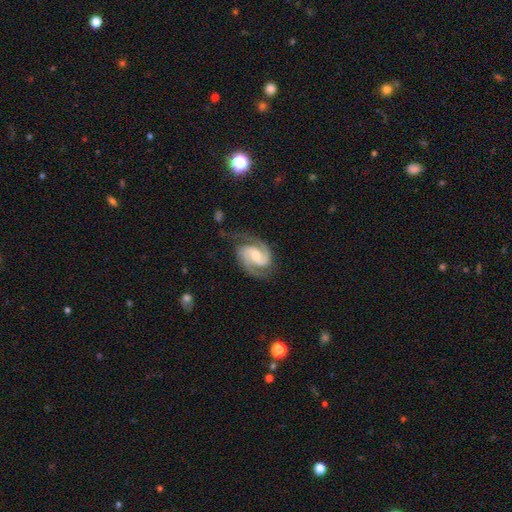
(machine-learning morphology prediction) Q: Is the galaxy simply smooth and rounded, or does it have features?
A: featured or disk — 91%.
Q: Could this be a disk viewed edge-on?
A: no — 98%.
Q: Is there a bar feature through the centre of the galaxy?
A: weak — 43%.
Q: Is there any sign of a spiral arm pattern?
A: yes — 98%.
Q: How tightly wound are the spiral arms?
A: medium — 54%.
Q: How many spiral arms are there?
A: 2 — 93%.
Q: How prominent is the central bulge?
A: moderate — 54%.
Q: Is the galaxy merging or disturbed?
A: none — 72%.